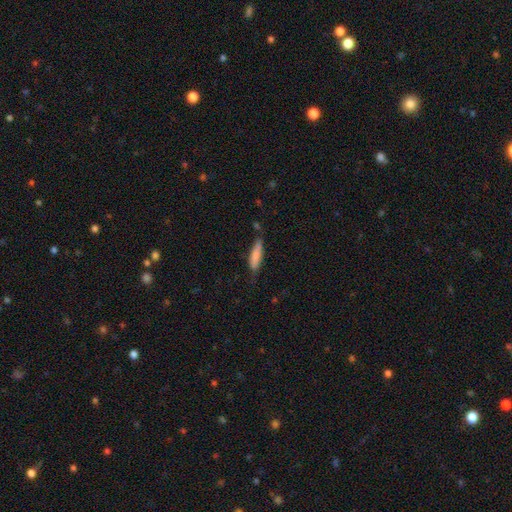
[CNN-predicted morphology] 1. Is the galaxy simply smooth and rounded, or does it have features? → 79% smooth, 14% featured or disk, 6% star or artifact.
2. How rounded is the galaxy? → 73% cigar-shaped, 25% in between, 2% round.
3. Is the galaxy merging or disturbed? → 66% none, 25% minor disturbance, 5% major disturbance, 3% merger.